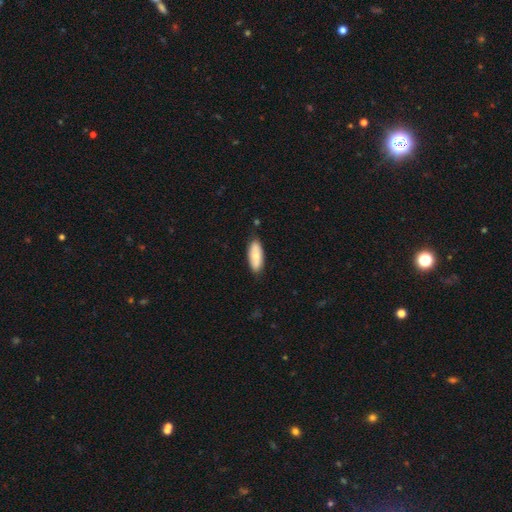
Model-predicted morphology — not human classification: A smooth galaxy with no disk features (76%) that is in between round and cigar-shaped (76%).

Vote fractions:
- Smooth or featured? smooth: 76% / featured or disk: 18% / star or artifact: 6%
- How rounded? in between: 76% / cigar-shaped: 22% / round: 2%
- Merging? none: 83% / minor disturbance: 14% / major disturbance: 2% / merger: 1%